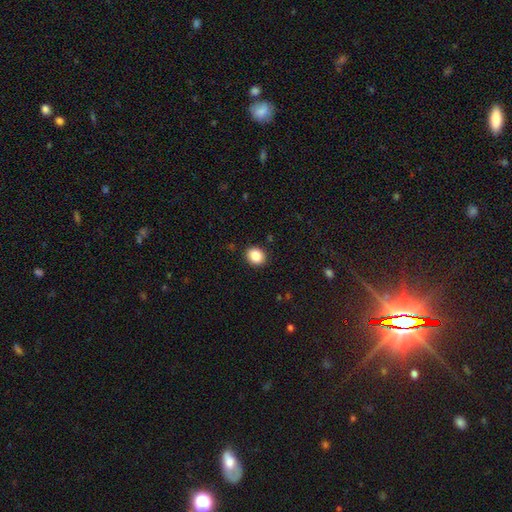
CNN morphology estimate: A smooth galaxy with no disk features (87%) that is round (66%). Merging: none (90%).